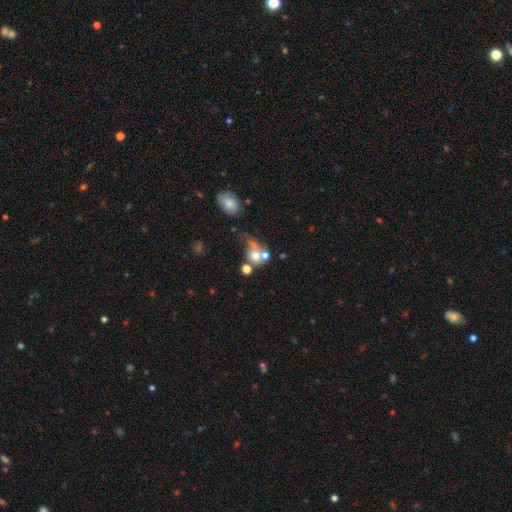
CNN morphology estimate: Overall: smooth (60%; featured or disk 26%). How rounded: round (67%; in between 31%). Merging: merger (46%; none 23%).